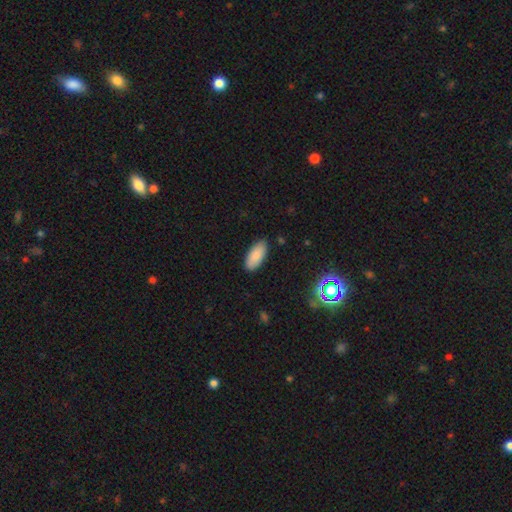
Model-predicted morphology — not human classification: Smooth or featured? smooth (87%)
How rounded? in between (88%)
Merging? none (86%)